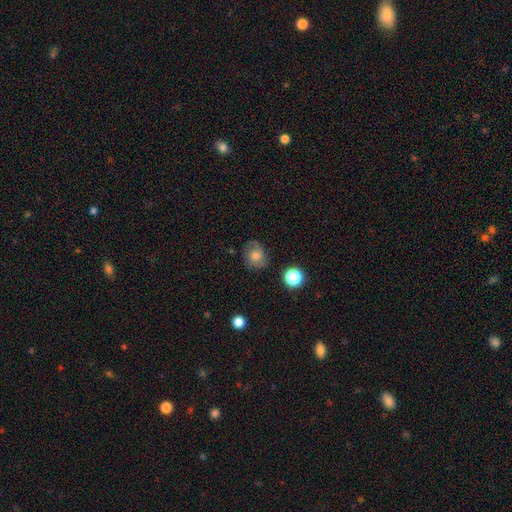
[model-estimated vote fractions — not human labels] A featured or disk galaxy (47%).

Vote fractions:
- Smooth or featured? featured or disk: 47% / smooth: 41% / star or artifact: 12%
- Merging? none: 75% / minor disturbance: 17% / major disturbance: 6% / merger: 2%